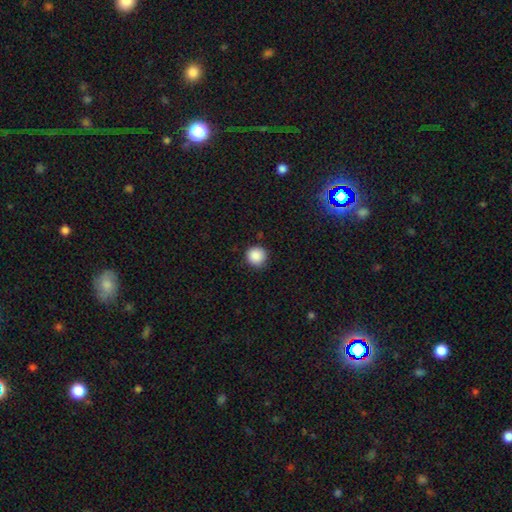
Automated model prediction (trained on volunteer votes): smooth-or-featured: smooth: 88% | star or artifact: 10% | featured or disk: 3%
  how-rounded: round: 95% | in between: 4% | cigar-shaped: 1%
  merging: none: 87% | minor disturbance: 9% | major disturbance: 2% | merger: 1%